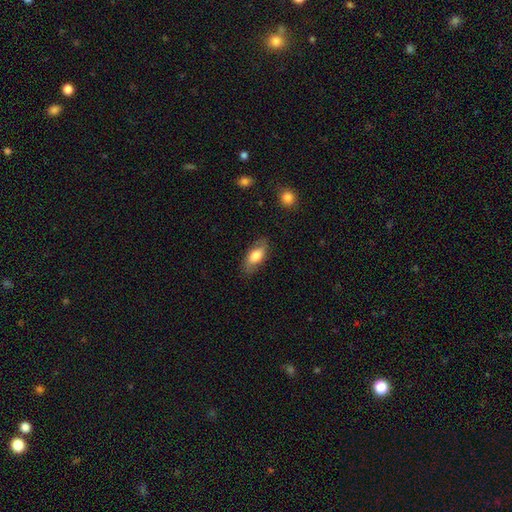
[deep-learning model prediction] Smooth or featured? smooth (67%)
How rounded? in between (83%)
Merging? none (79%)